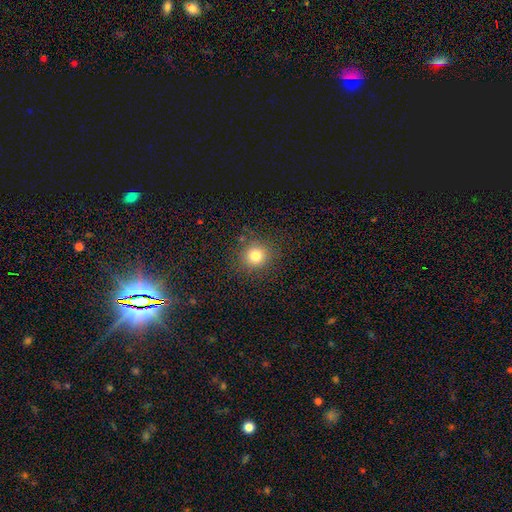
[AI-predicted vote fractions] Morphology: type=smooth (79%); roundness=round (91%); merging=none (87%).